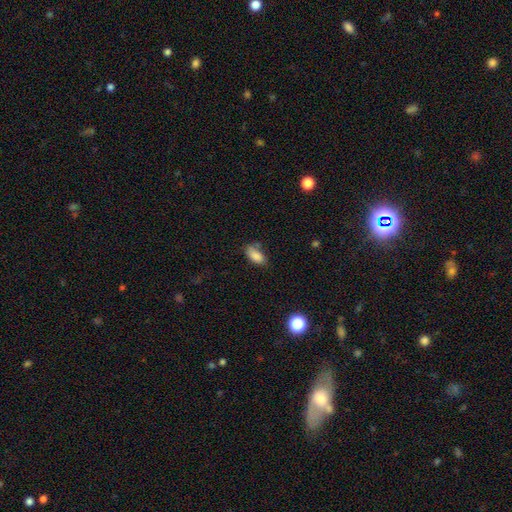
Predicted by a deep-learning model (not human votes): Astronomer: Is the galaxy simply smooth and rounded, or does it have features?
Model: smooth — 85%.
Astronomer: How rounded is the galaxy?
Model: in between — 91%.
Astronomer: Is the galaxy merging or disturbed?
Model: none — 61%.